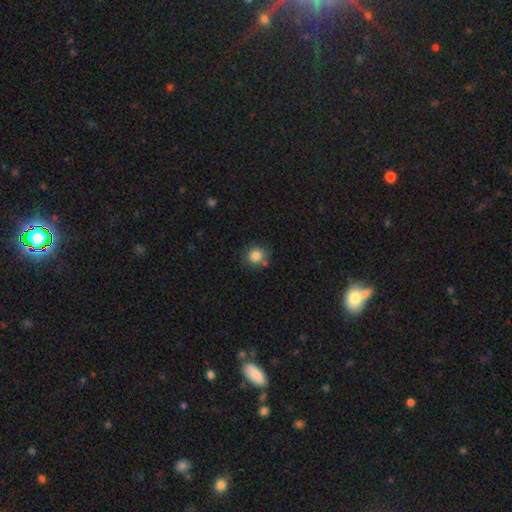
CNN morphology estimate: This is clearly a smooth galaxy (85%). How rounded: clearly round (88%). Merging: likely none (74%).